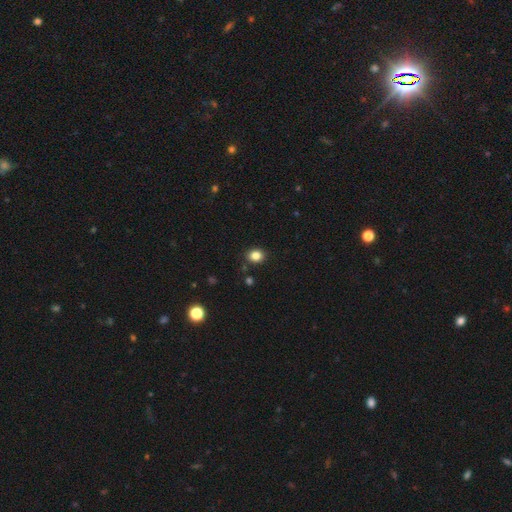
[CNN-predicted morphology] smooth_or_featured: smooth (p=0.84) [alt: star or artifact p=0.11]
how_rounded: round (p=0.62) [alt: in between p=0.38]
merging: none (p=0.88) [alt: minor disturbance p=0.08]